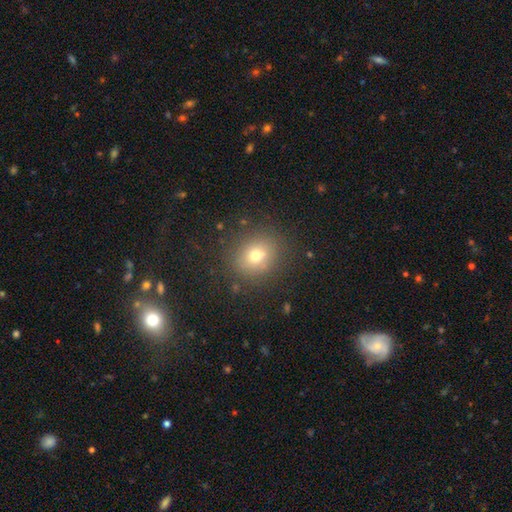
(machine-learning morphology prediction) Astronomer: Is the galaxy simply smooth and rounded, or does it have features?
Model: smooth — 71%.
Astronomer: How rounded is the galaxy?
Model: round — 76%.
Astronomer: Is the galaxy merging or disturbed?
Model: none — 84%.